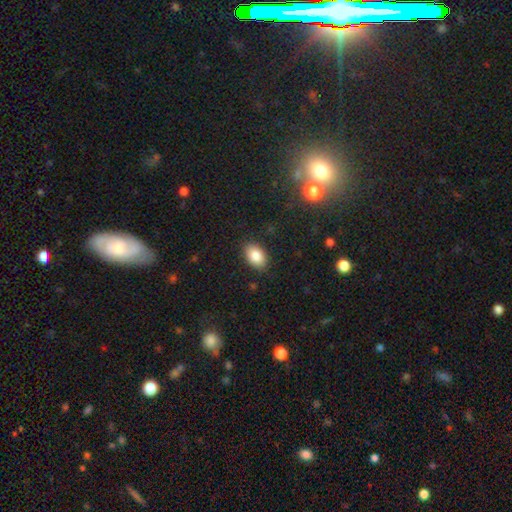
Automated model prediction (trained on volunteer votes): smooth_or_featured: smooth (p=0.86) [alt: star or artifact p=0.08]
how_rounded: in between (p=0.89) [alt: round p=0.10]
merging: none (p=0.86) [alt: minor disturbance p=0.10]